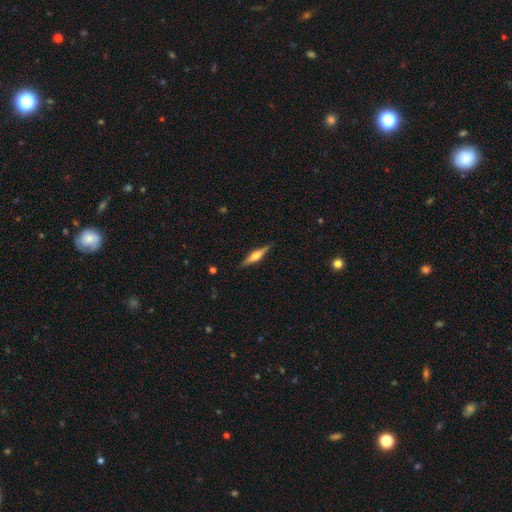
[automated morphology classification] This is likely a featured or disk galaxy (70%). It is clearly viewed edge-on (98%). Edge-on bulge: clearly rounded (89%). Merging: clearly none (89%).